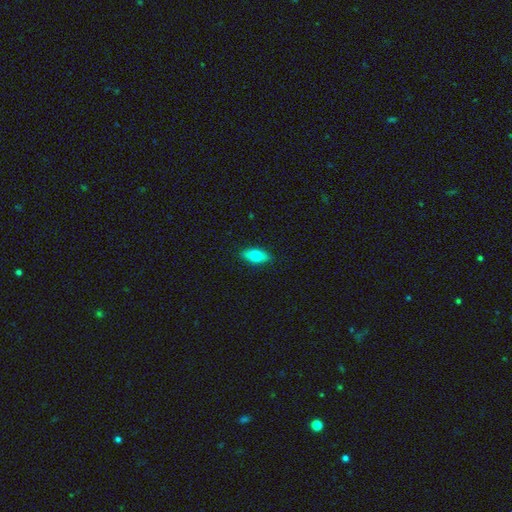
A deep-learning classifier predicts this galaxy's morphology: A smooth galaxy with no disk features (72%) that is in between round and cigar-shaped (83%). Merging: none (89%).